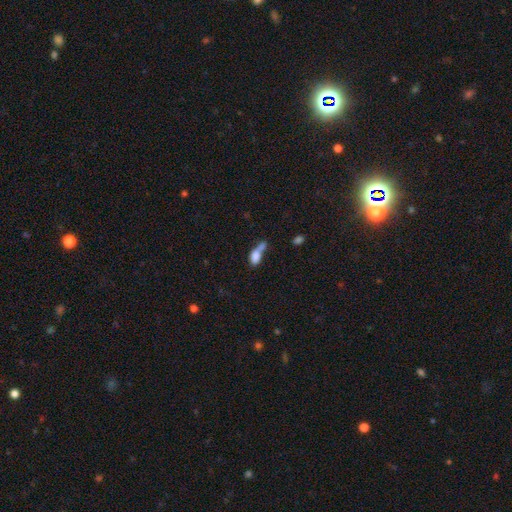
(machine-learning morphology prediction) A smooth galaxy with no disk features (74%) that is in between round and cigar-shaped (77%). Merging: merger (53%).